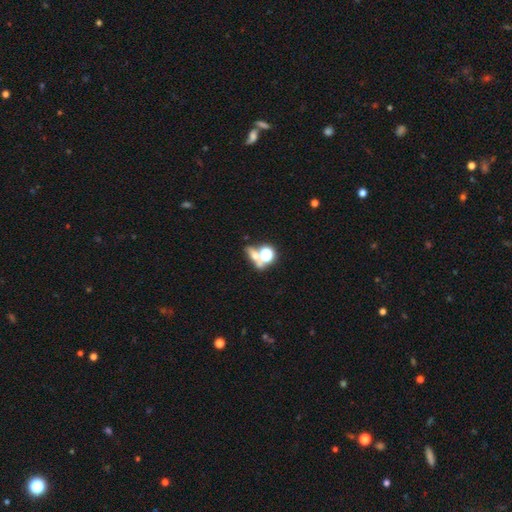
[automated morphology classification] smooth_or_featured: smooth (p=0.48) [alt: star or artifact p=0.35]
merging: none (p=0.43) [alt: merger p=0.40]